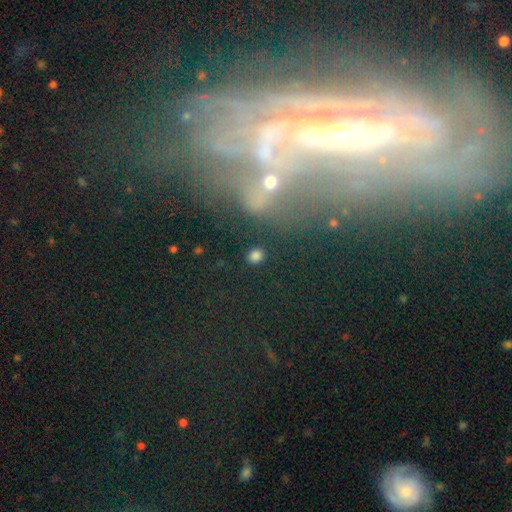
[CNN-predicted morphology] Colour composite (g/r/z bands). It shows a smooth galaxy with no disk features (83%) that is round (68%). Merging: none (88%).